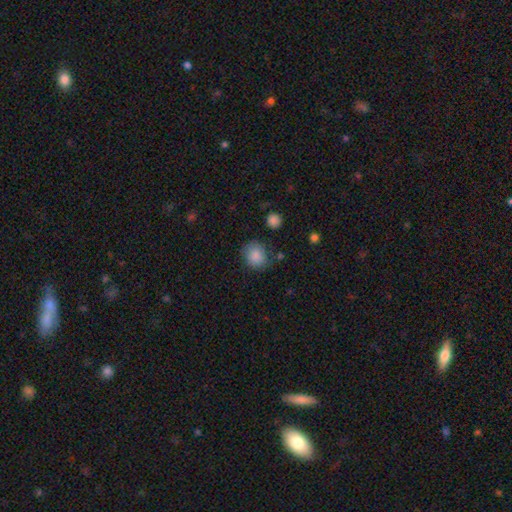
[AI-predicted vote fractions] smooth 87%, star or artifact 8%, featured or disk 5%. Down the decision tree: how rounded — round (76%); merging — none (77%).